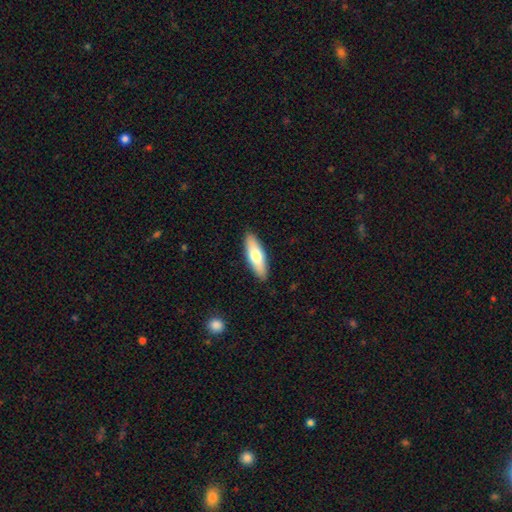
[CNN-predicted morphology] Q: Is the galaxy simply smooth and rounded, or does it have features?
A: smooth — 68%.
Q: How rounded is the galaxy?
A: in between — 52%.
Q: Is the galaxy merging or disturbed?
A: none — 89%.